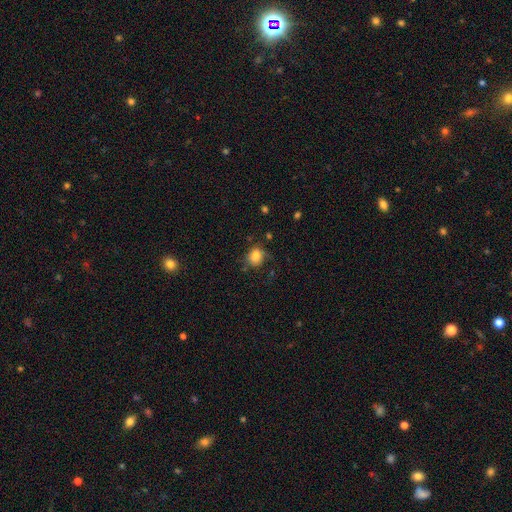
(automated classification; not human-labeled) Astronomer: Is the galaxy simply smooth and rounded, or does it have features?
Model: smooth — 80%.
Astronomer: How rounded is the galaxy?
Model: round — 66%.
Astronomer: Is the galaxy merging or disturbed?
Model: none — 60%.